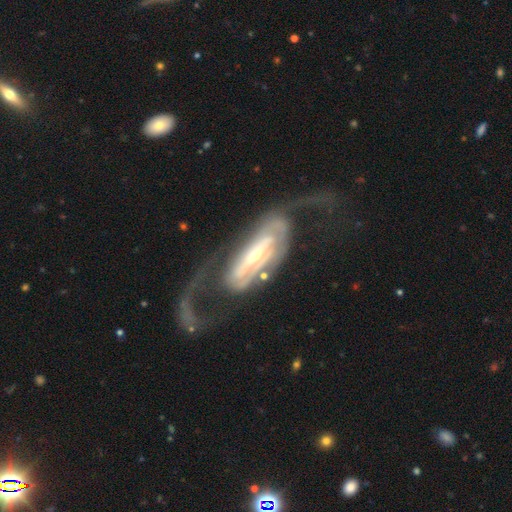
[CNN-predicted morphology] Smooth or featured? Predicted: featured or disk (p=0.84). Edge-on disk? Predicted: no (p=0.86). Bar? Predicted: strong (p=0.42). Spiral arms? Predicted: yes (p=0.85). Spiral winding? Predicted: loose (p=0.43). Spiral arm count? Predicted: 2 (p=0.68). Bulge size? Predicted: small (p=0.66). Merging? Predicted: major disturbance (p=0.46).